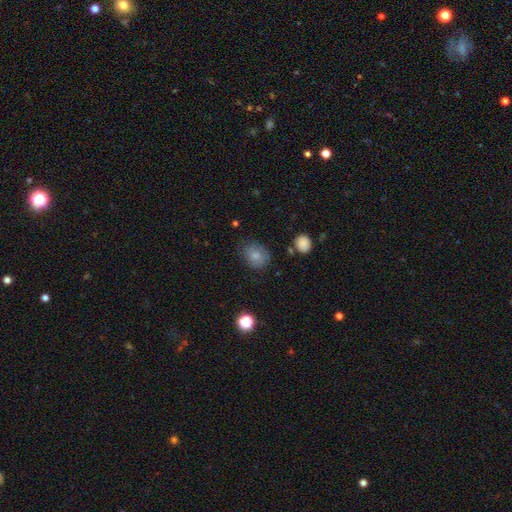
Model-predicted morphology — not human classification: Overall: smooth (78%). How rounded: round (64%; in between 35%). Merging: none (74%).